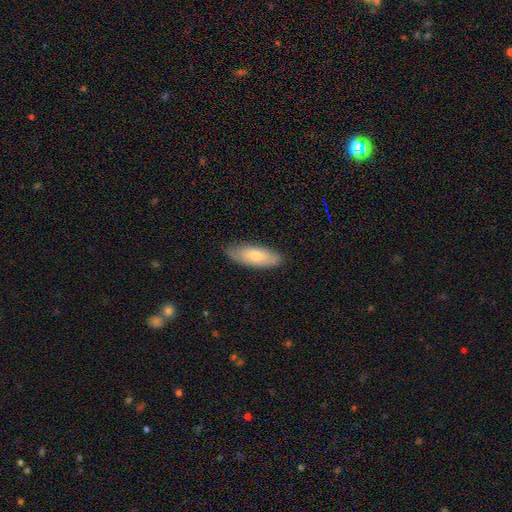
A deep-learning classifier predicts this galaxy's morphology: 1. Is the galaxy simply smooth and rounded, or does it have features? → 78% smooth, 17% featured or disk, 5% star or artifact.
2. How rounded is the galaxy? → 69% in between, 29% cigar-shaped, 2% round.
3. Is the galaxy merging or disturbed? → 82% none, 14% minor disturbance, 2% major disturbance, 1% merger.